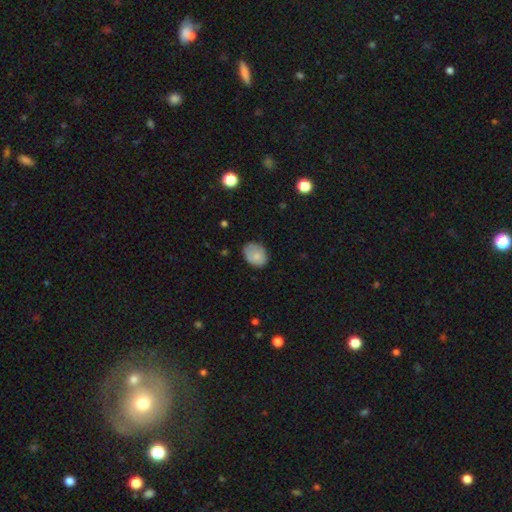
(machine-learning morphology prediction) smooth_or_featured: smooth (p=0.78) [alt: featured or disk p=0.15]
how_rounded: in between (p=0.68) [alt: round p=0.32]
merging: none (p=0.69) [alt: minor disturbance p=0.24]